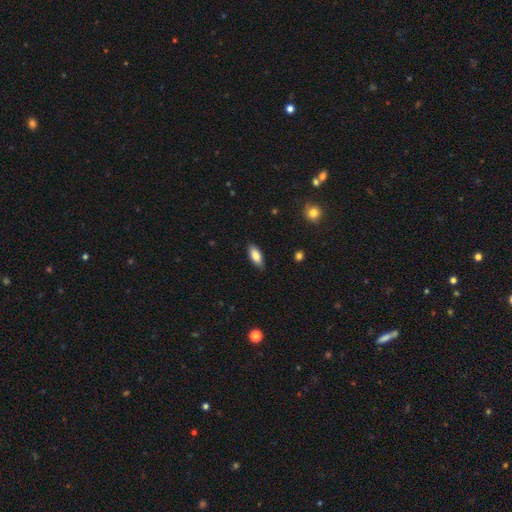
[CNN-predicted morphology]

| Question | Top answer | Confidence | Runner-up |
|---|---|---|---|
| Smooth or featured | smooth | 83% | featured or disk (11%) |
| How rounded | in between | 80% | cigar-shaped (18%) |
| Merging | none | 85% | minor disturbance (11%) |